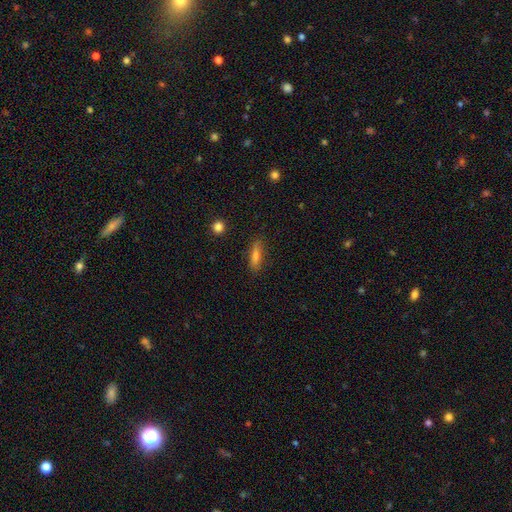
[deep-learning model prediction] This appears to be a smooth galaxy with no disk features (70%) that is cigar-shaped (64%). Merging: none (85%).